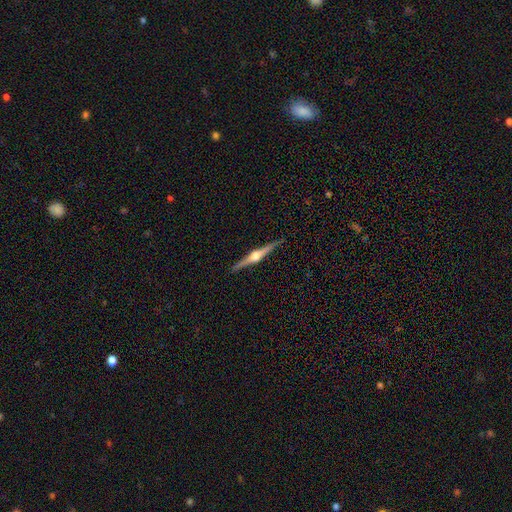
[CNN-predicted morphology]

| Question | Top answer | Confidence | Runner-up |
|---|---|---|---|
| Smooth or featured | featured or disk | 84% | smooth (11%) |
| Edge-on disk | yes | 99% | no (1%) |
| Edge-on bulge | rounded | 96% | boxy (3%) |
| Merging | none | 92% | minor disturbance (6%) |